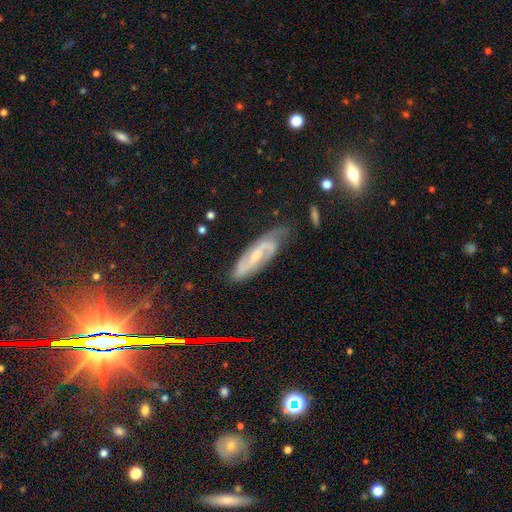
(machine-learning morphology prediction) A featured or disk galaxy (77%) with a weak bar (41%), 2 (68%) medium (43%) spiral arms (93%) and a small central bulge (65%).

Vote fractions:
- Smooth or featured? featured or disk: 77% / smooth: 14% / star or artifact: 9%
- Edge-on disk? no: 86% / yes: 14%
- Bar? weak: 41% / no: 39% / strong: 20%
- Spiral arms? yes: 93% / no: 7%
- Spiral winding? medium: 43% / tight: 38% / loose: 19%
- Spiral arm count? 2: 68% / can't tell: 18% / 3: 6% / 1: 5% / 4: 2% / more than 4: 2%
- Bulge size? small: 65% / moderate: 29% / none: 4% / large: 1% / dominant: 1%
- Merging? none: 64% / minor disturbance: 25% / major disturbance: 8% / merger: 2%